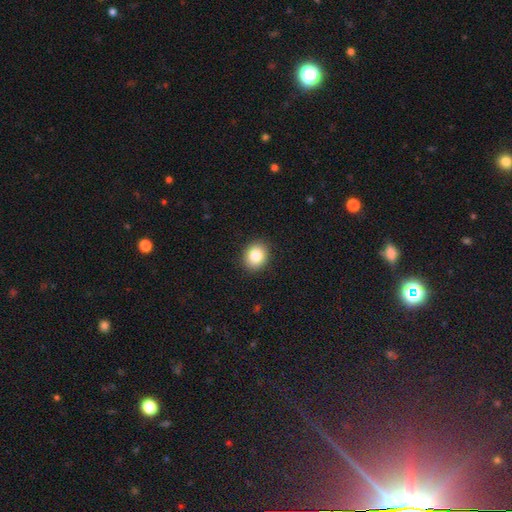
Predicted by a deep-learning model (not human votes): This is clearly a smooth galaxy (84%). How rounded: likely round (65%). Merging: clearly none (91%).